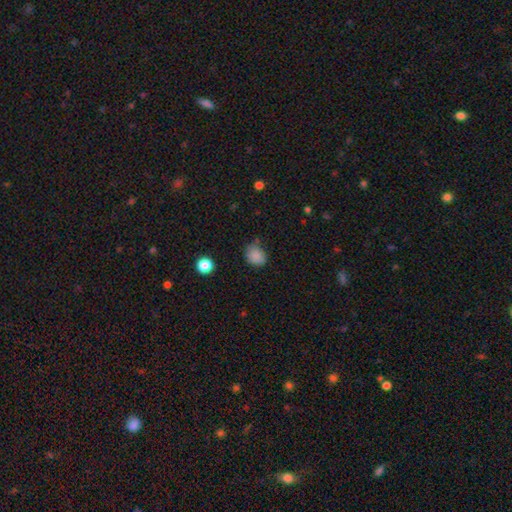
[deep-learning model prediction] Smooth or featured? smooth (85%)
How rounded? round (52%)
Merging? none (63%)